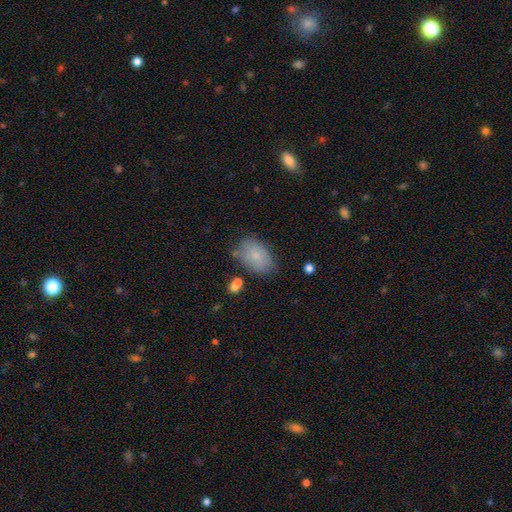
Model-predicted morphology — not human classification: Smooth or featured: smooth — 79% (featured or disk — 14%)
How rounded: in between — 90% (round — 9%)
Merging: none — 70% (minor disturbance — 20%)